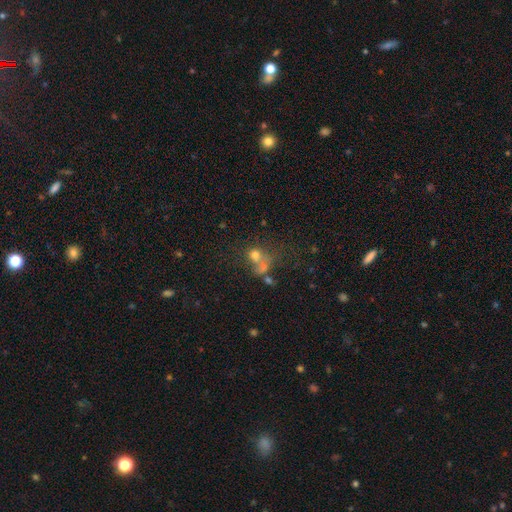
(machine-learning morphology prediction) The model was most divided on "merging": merger: 43%, none: 31%, major disturbance: 15%, minor disturbance: 11%. More confident: how rounded — round (67%); smooth or featured — smooth (56%).